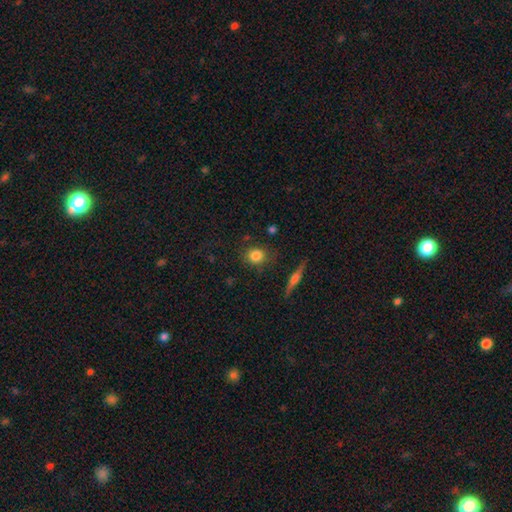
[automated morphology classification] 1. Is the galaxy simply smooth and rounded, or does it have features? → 82% smooth, 10% star or artifact, 9% featured or disk.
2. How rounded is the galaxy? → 80% round, 18% in between, 2% cigar-shaped.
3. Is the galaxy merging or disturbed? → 81% none, 12% minor disturbance, 4% merger, 4% major disturbance.